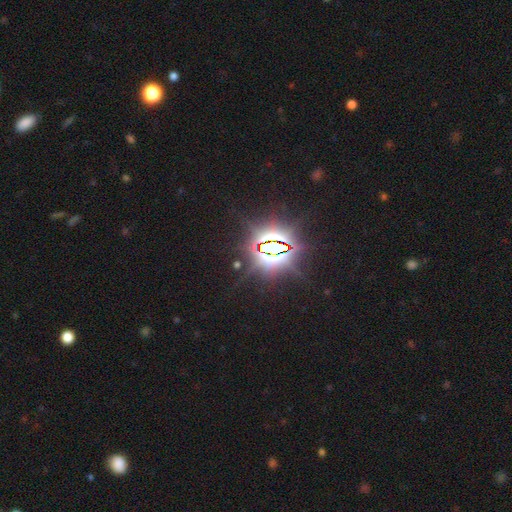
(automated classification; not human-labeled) Smooth or featured? Predicted: star or artifact (p=0.86).